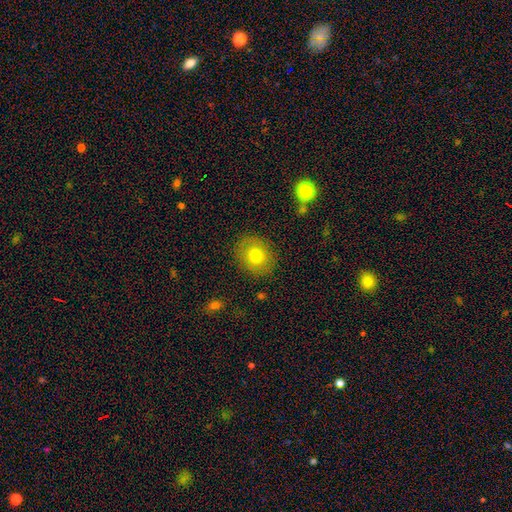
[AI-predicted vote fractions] Morphology: type=smooth (72%); roundness=round (67%); merging=none (86%).